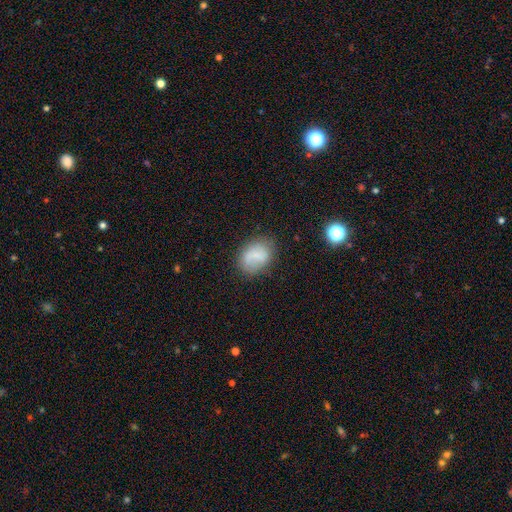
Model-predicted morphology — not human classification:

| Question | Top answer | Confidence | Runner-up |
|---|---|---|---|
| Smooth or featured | smooth | 63% | featured or disk (28%) |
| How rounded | in between | 64% | round (35%) |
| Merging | none | 70% | minor disturbance (20%) |